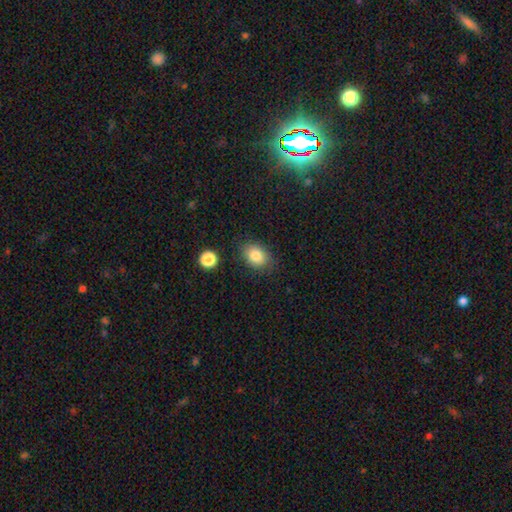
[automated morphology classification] A smooth galaxy with no disk features (83%) that is in between round and cigar-shaped (69%). Merging: none (81%).